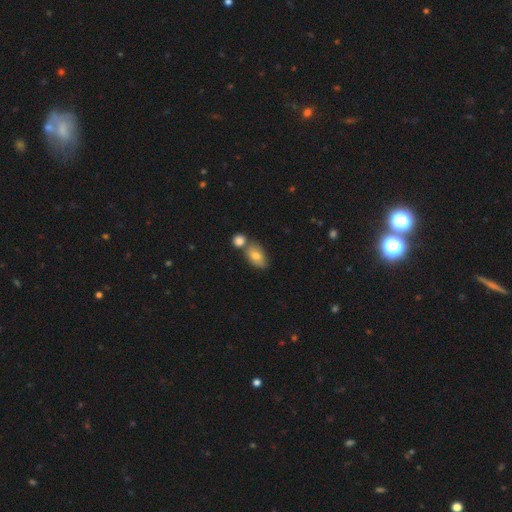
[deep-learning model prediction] The model was most divided on "merging": none: 47%, merger: 36%, minor disturbance: 13%, major disturbance: 4%. More confident: how rounded — in between (87%); smooth or featured — smooth (77%).